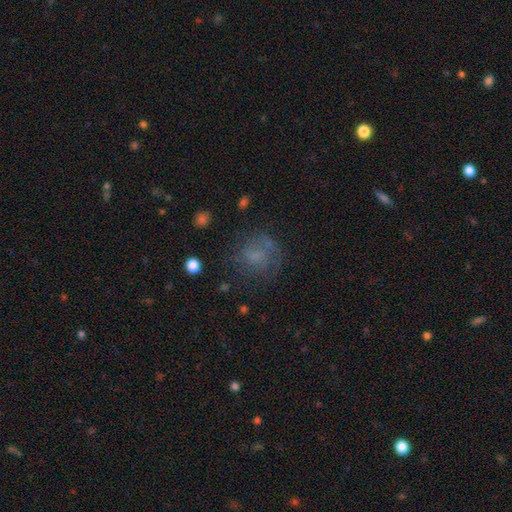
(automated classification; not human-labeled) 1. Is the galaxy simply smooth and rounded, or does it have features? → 48% smooth, 35% featured or disk, 17% star or artifact.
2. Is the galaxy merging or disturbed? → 59% none, 20% minor disturbance, 18% major disturbance, 3% merger.